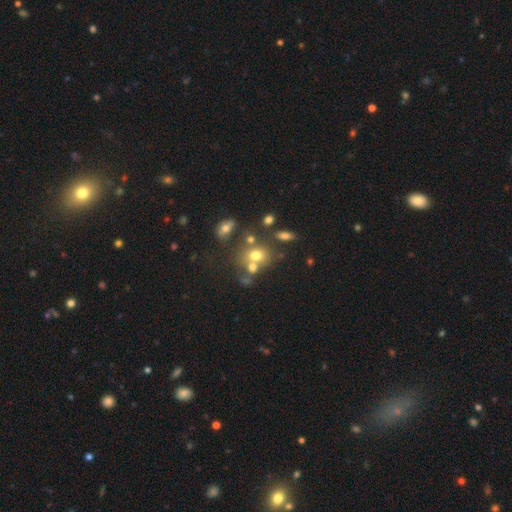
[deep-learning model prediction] Q: Smooth or featured?
A: smooth (65%); runner-up: featured or disk (20%)
Q: How rounded?
A: round (60%); runner-up: in between (39%)
Q: Merging?
A: none (44%); runner-up: merger (35%)